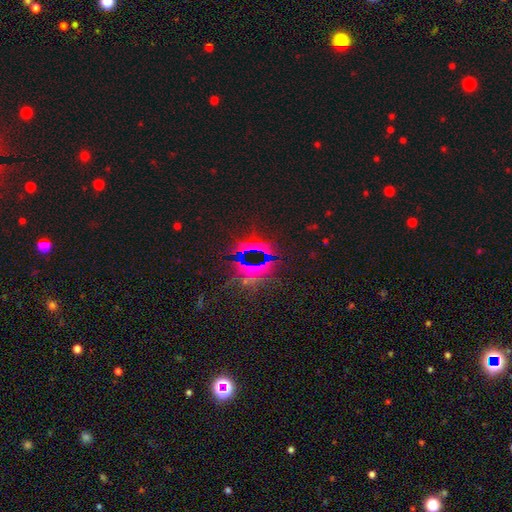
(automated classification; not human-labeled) Smooth or featured: star or artifact — 65% (smooth — 23%)